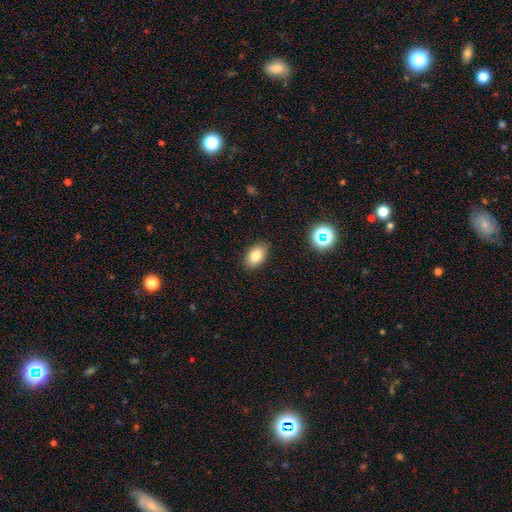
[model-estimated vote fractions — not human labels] smooth_or_featured: smooth (p=0.82) [alt: star or artifact p=0.10]
how_rounded: in between (p=0.88) [alt: round p=0.10]
merging: none (p=0.87) [alt: minor disturbance p=0.09]